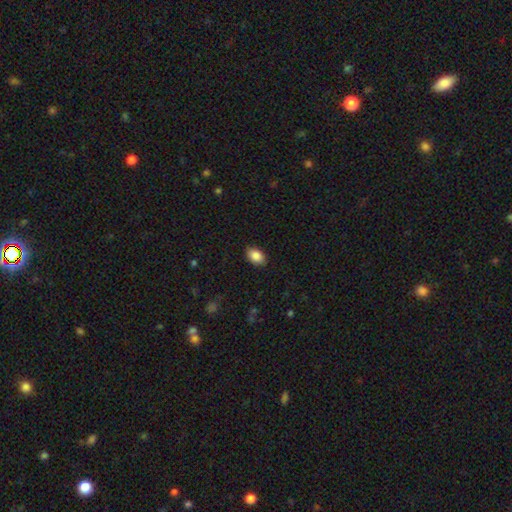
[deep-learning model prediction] Smooth or featured: smooth — 88% (star or artifact — 7%)
How rounded: in between — 87% (round — 12%)
Merging: none — 87% (minor disturbance — 10%)